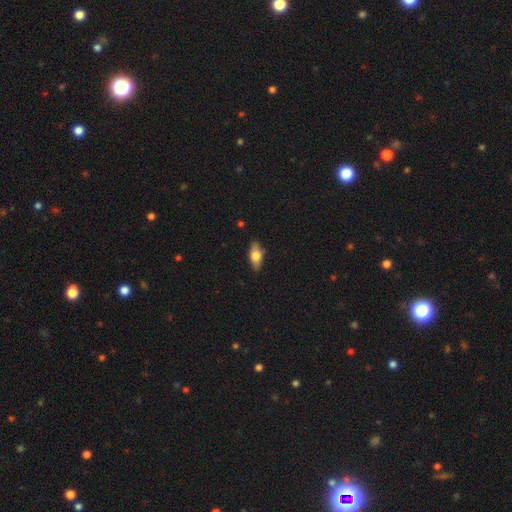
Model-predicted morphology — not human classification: The model was most divided on "smooth or featured": smooth: 61%, featured or disk: 32%, star or artifact: 7%. More confident: merging — none (84%); how rounded — in between (79%).